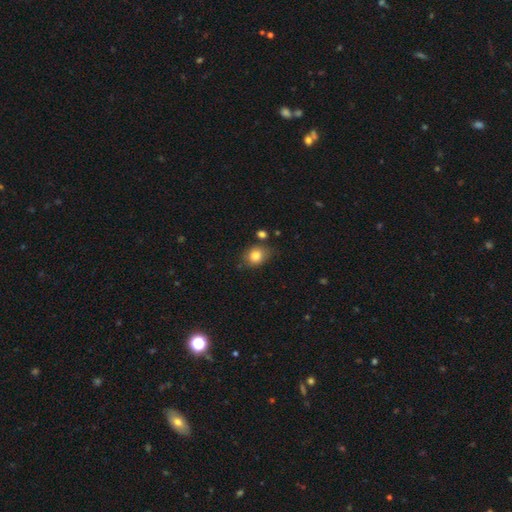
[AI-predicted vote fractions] Morphology: type=smooth (82%); roundness=round (59%); merging=none (73%).